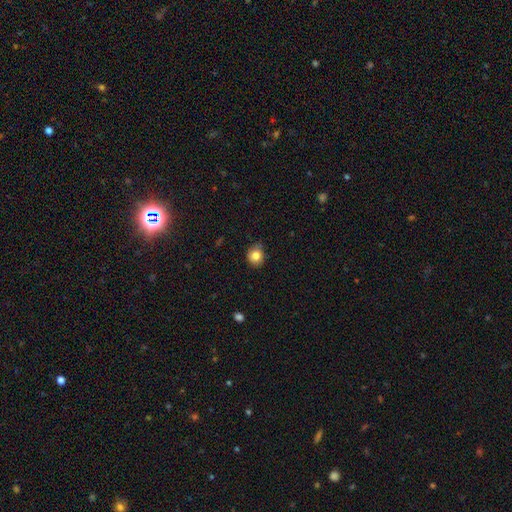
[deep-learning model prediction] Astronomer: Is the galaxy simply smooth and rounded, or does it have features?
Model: smooth — 81%.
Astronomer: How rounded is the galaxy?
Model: round — 78%.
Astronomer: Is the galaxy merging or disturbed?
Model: none — 74%.